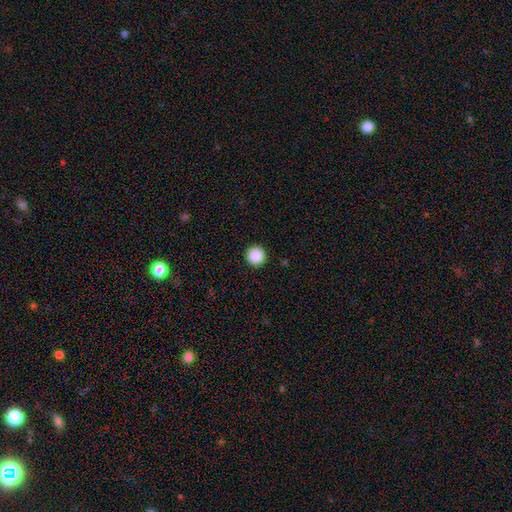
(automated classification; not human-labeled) Smooth or featured? smooth (89%)
How rounded? round (97%)
Merging? none (93%)